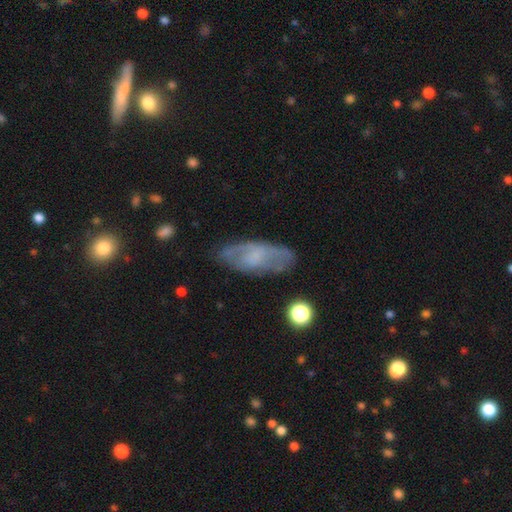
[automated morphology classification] Smooth or featured? smooth (46%, tied with featured or disk)
Merging? none (69%)